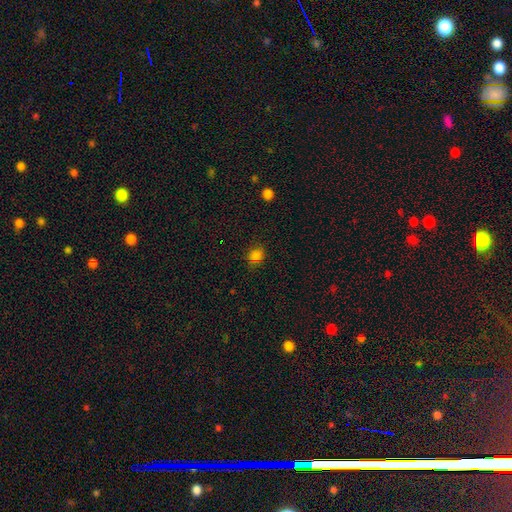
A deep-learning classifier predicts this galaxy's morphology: A smooth galaxy with no disk features (80%) that is round (58%). Merging: none (79%).